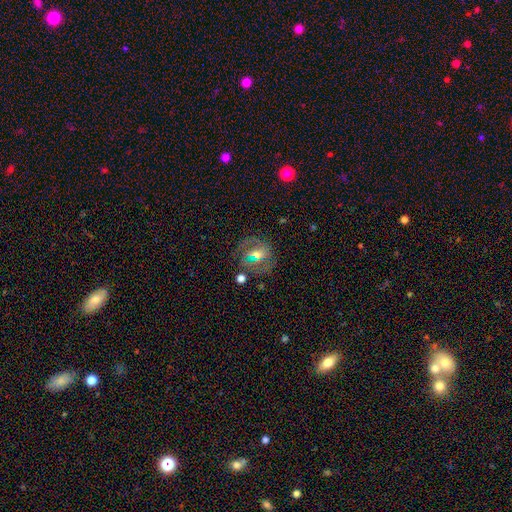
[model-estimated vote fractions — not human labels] Smooth or featured: featured or disk — 67% (smooth — 24%)
Edge-on disk: no — 95% (yes — 5%)
Bar: weak — 43% (strong — 32%)
Spiral arms: yes — 75% (no — 25%)
Bulge size: moderate — 60% (small — 32%)
Merging: none — 68% (minor disturbance — 17%)